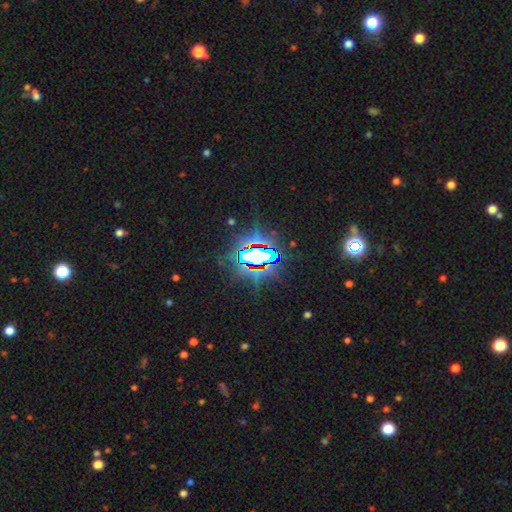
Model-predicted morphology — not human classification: Smooth or featured: star or artifact — 77% (smooth — 12%)